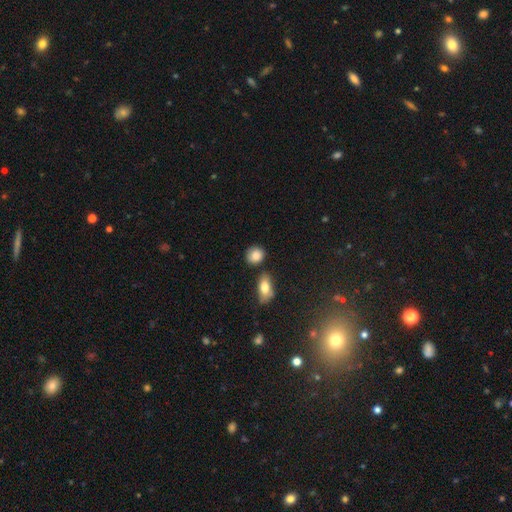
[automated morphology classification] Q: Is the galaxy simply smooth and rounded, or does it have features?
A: smooth — 84%.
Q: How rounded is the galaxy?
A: round — 72%.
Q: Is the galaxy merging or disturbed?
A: none — 77%.